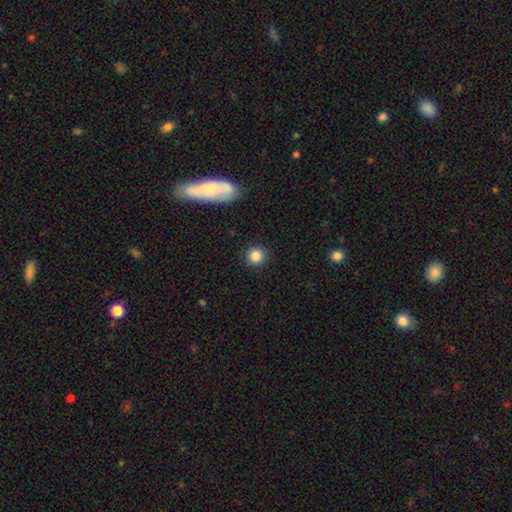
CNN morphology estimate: type=smooth (85%); roundness=round (94%); merging=none (91%).